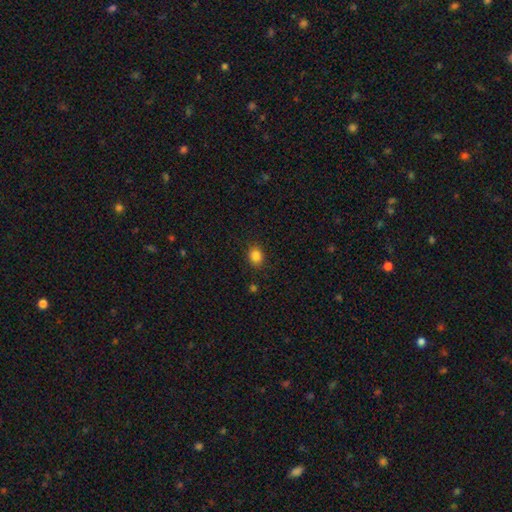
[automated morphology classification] type=smooth (85%); roundness=round (60%); merging=none (88%).